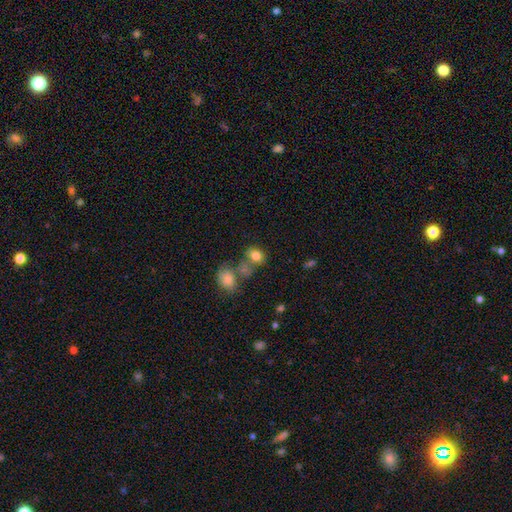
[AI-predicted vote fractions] smooth 80%, star or artifact 11%, featured or disk 9%. Down the decision tree: how rounded — in between (61%); merging — none (48%).